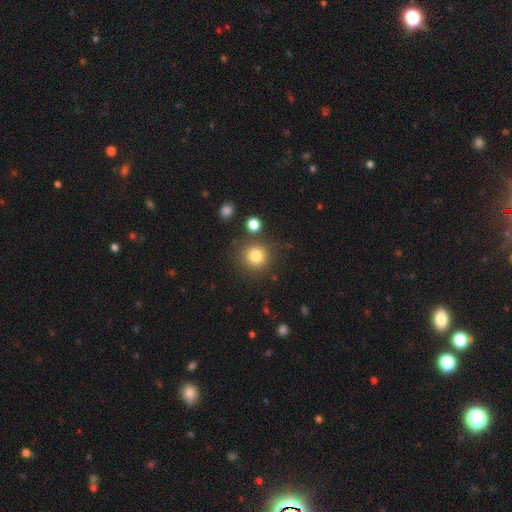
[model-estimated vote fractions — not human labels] A smooth galaxy with no disk features (81%) that is round (92%). Merging: none (82%).